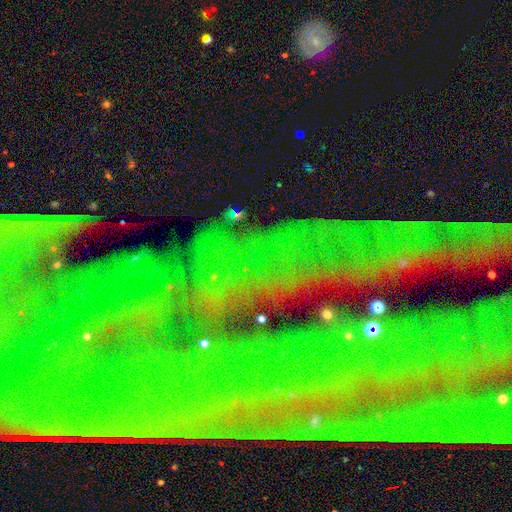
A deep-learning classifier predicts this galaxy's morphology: type=star or artifact (81%).